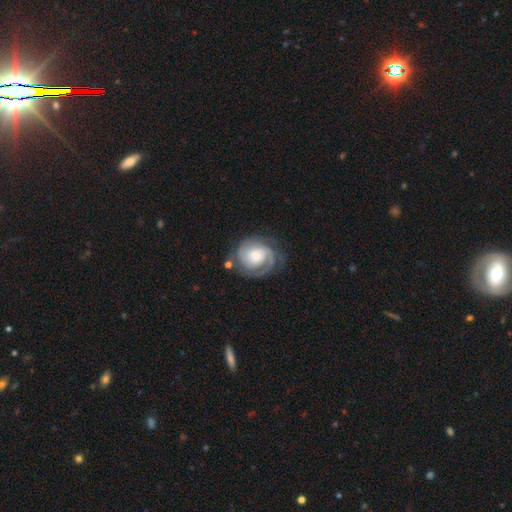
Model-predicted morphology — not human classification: This is likely a featured or disk galaxy (78%). It is clearly not viewed edge-on (98%). Bar: likely no (63%). Spiral arm pattern: clearly yes (94%). Spiral arm count: marginally 2 (42%). Spiral winding: possibly tight (58%). Central bulge: marginally moderate (38%). Merging: likely none (65%).